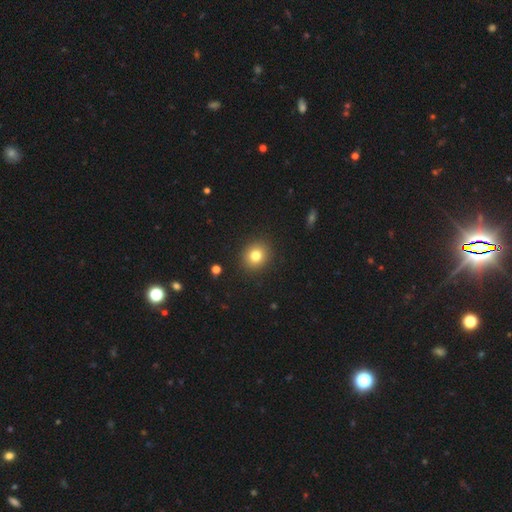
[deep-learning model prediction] smooth 80%, star or artifact 11%, featured or disk 8%. Down the decision tree: how rounded — round (78%); merging — none (91%).